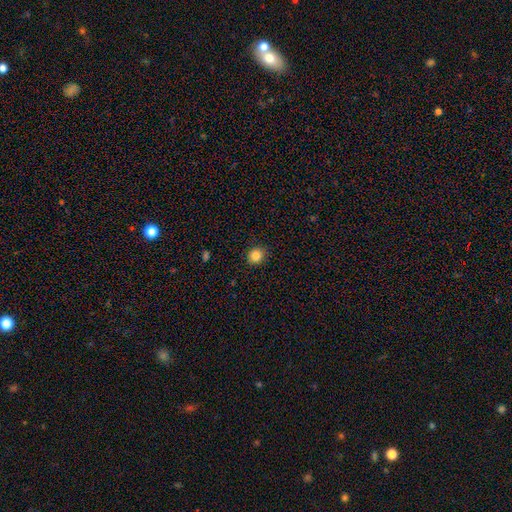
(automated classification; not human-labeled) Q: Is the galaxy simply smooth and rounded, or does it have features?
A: smooth — 85%.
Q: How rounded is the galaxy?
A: round — 82%.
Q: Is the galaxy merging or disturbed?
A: none — 90%.